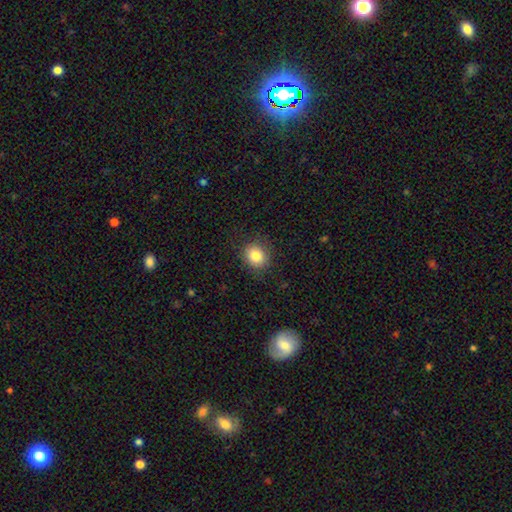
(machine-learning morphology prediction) type=smooth (82%); roundness=round (76%); merging=none (86%).